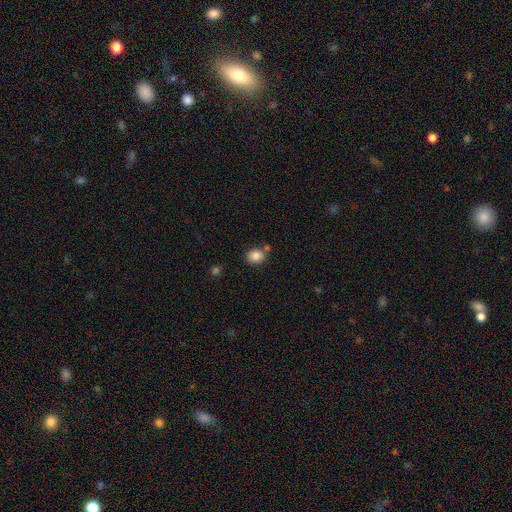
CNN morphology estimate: smooth_or_featured: smooth (p=0.85) [alt: star or artifact p=0.09]
how_rounded: round (p=0.58) [alt: in between p=0.41]
merging: none (p=0.72) [alt: minor disturbance p=0.13]